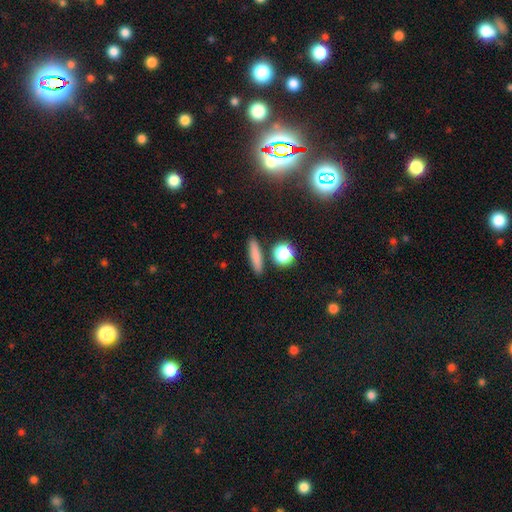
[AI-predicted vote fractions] The model was most divided on "how rounded": cigar-shaped: 70%, in between: 19%, round: 11%. More confident: merging — none (86%); smooth or featured — smooth (81%).